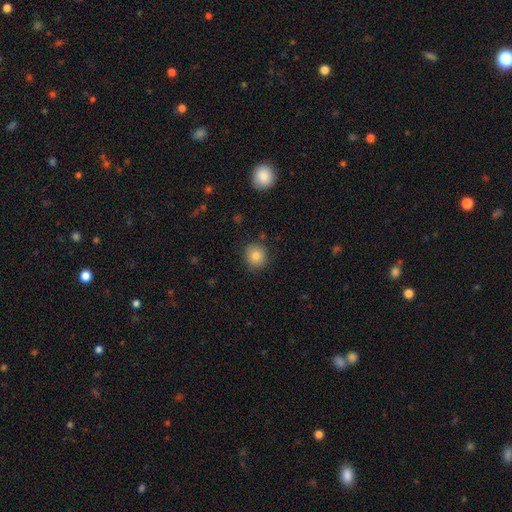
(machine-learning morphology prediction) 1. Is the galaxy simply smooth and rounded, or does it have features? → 83% smooth, 10% star or artifact, 7% featured or disk.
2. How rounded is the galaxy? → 89% round, 11% in between, 1% cigar-shaped.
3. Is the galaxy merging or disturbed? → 86% none, 10% minor disturbance, 2% major disturbance, 2% merger.